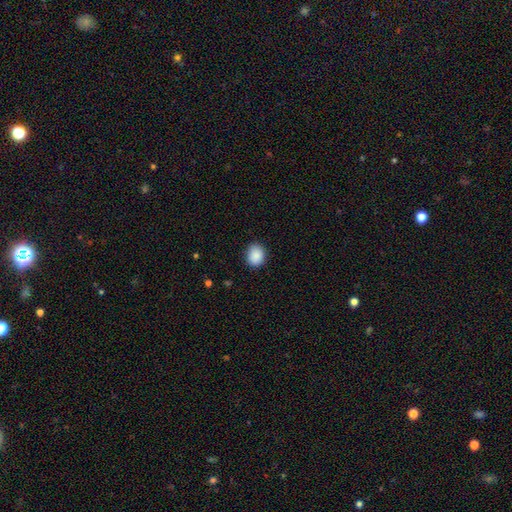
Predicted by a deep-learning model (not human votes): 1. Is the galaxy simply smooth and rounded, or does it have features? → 89% smooth, 8% star or artifact, 3% featured or disk.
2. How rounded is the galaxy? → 56% round, 43% in between, 1% cigar-shaped.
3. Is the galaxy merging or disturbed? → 88% none, 9% minor disturbance, 2% major disturbance, 1% merger.